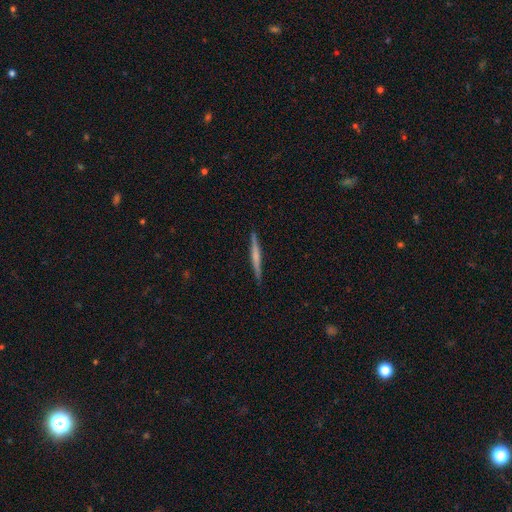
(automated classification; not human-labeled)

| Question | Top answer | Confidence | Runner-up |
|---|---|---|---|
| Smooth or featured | featured or disk | 52% | smooth (42%) |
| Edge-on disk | yes | 98% | no (2%) |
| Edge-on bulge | none | 55% | rounded (33%) |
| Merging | none | 91% | minor disturbance (7%) |